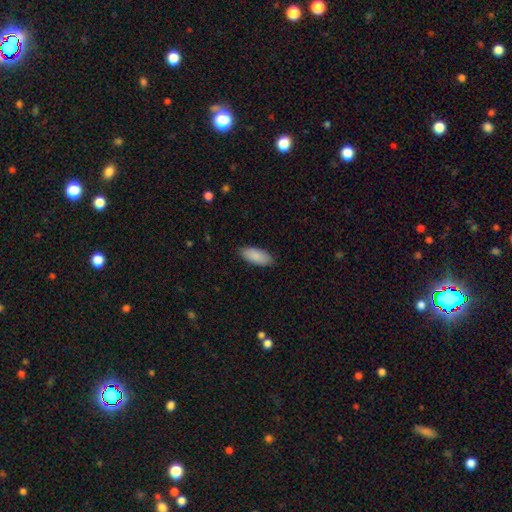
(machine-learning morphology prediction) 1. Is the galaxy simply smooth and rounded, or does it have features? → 89% smooth, 6% star or artifact, 5% featured or disk.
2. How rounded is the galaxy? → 86% in between, 12% cigar-shaped, 2% round.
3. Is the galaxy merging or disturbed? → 85% none, 12% minor disturbance, 2% major disturbance, 1% merger.